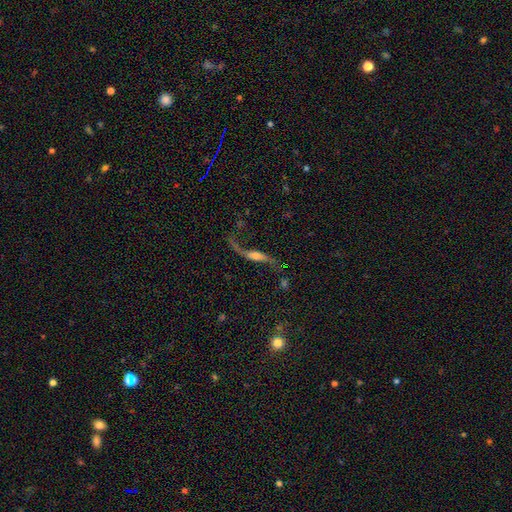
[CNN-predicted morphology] Smooth or featured? Predicted: featured or disk (p=0.80). Edge-on disk? Predicted: no (p=0.69). Bar? Predicted: no (p=0.45). Spiral arms? Predicted: yes (p=0.91). Spiral winding? Predicted: loose (p=0.95). Spiral arm count? Predicted: 2 (p=0.88). Bulge size? Predicted: moderate (p=0.35). Merging? Predicted: none (p=0.57).